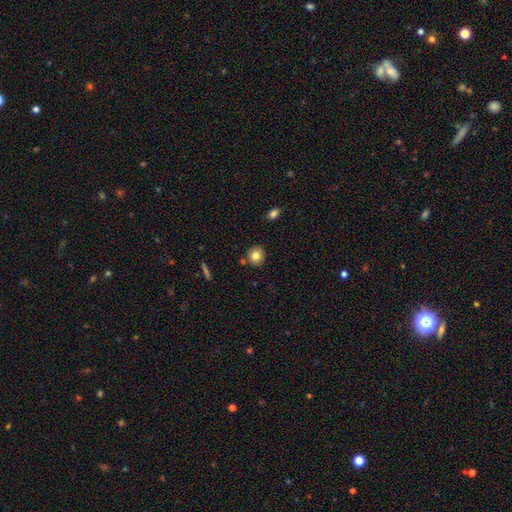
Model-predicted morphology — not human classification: Smooth or featured? smooth (80%)
How rounded? round (87%)
Merging? none (85%)